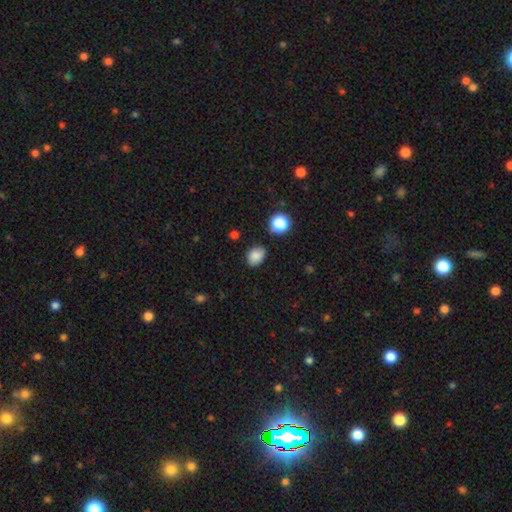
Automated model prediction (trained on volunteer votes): Q: Smooth or featured?
A: smooth (84%); runner-up: star or artifact (11%)
Q: How rounded?
A: in between (59%); runner-up: round (40%)
Q: Merging?
A: none (79%); runner-up: minor disturbance (15%)